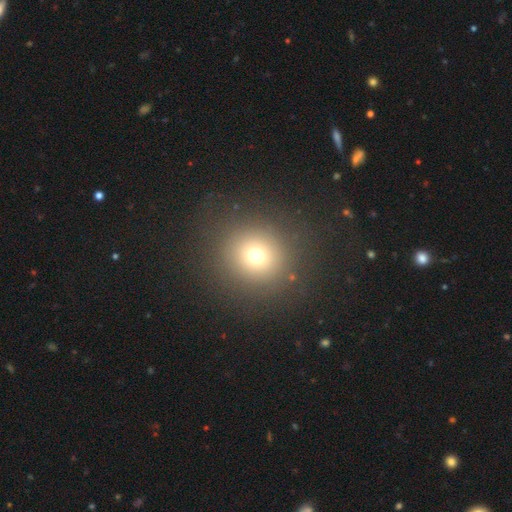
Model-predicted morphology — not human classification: Q: Smooth or featured?
A: smooth (71%); runner-up: star or artifact (19%)
Q: How rounded?
A: round (91%); runner-up: in between (8%)
Q: Merging?
A: none (87%); runner-up: minor disturbance (7%)